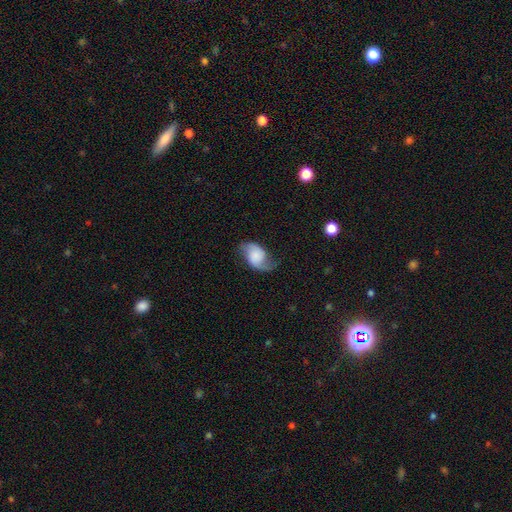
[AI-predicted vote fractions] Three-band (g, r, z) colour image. It shows a featured or disk galaxy (68%) with no bar (67%), 2 (90%) loose (57%) spiral arms (94%) and no central bulge (36%). Merging: none (66%).